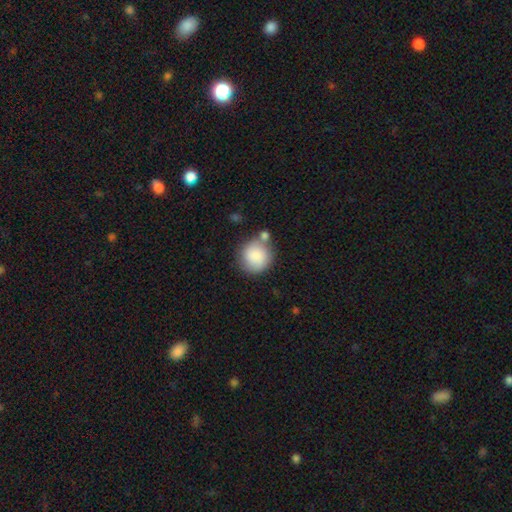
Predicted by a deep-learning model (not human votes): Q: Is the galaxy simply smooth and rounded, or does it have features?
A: smooth — 83%.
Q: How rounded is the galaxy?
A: round — 90%.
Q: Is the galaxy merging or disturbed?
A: none — 60%.